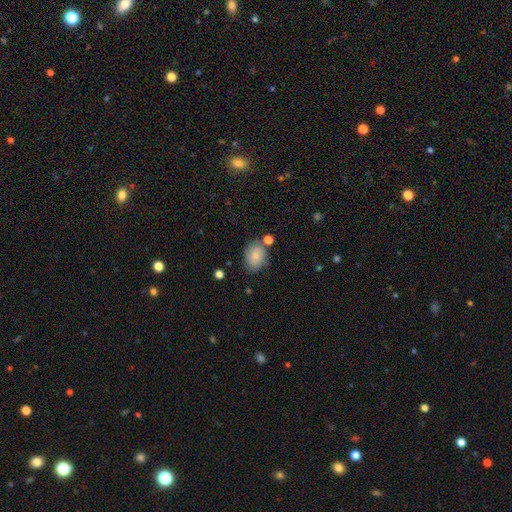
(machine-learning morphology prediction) smooth_or_featured: smooth (p=0.80) [alt: featured or disk p=0.12]
how_rounded: in between (p=0.68) [alt: round p=0.31]
merging: none (p=0.69) [alt: minor disturbance p=0.18]